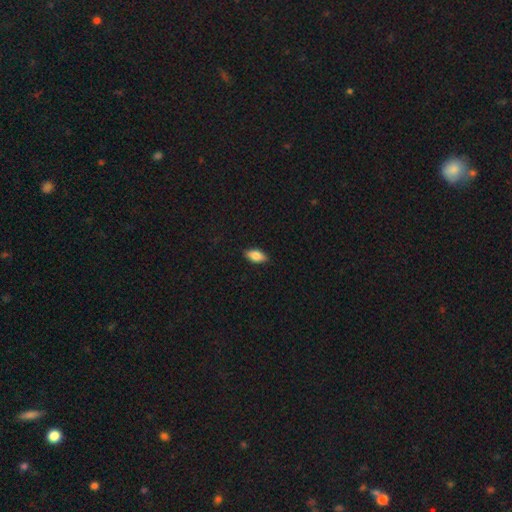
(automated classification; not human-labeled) Q: Smooth or featured?
A: smooth (82%); runner-up: featured or disk (11%)
Q: How rounded?
A: in between (89%); runner-up: cigar-shaped (8%)
Q: Merging?
A: none (87%); runner-up: minor disturbance (10%)